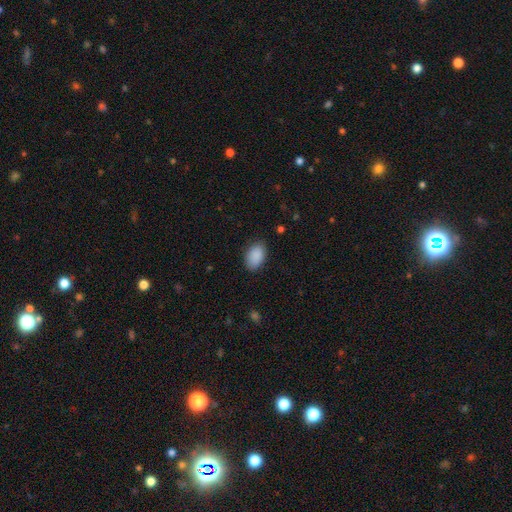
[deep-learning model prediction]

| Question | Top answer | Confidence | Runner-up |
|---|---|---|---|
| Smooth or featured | smooth | 90% | star or artifact (7%) |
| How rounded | in between | 91% | round (8%) |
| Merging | none | 83% | minor disturbance (13%) |